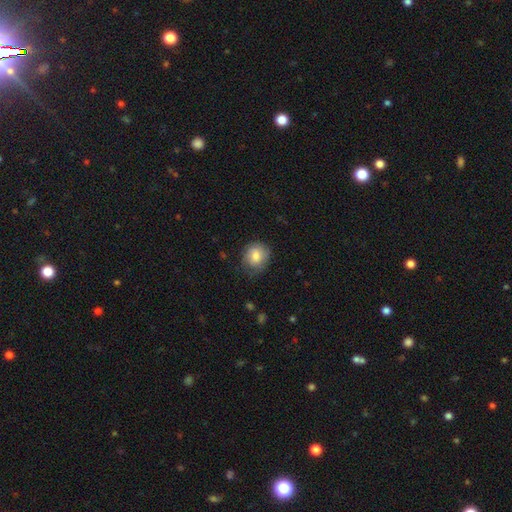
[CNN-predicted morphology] This appears to be a smooth galaxy with no disk features (80%) that is round (75%). Merging: none (67%).